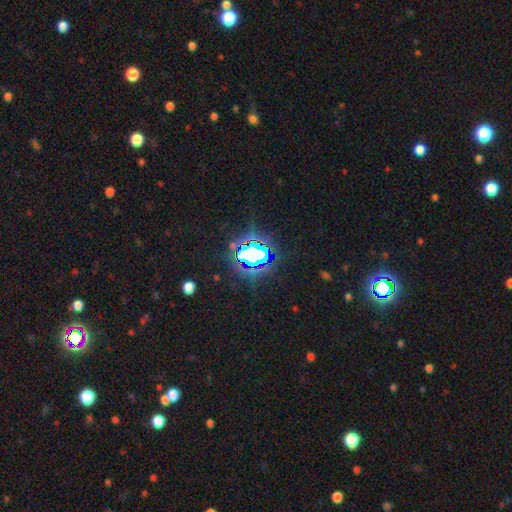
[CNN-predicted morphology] This appears to be a star or artifact, not a galaxy (73%).